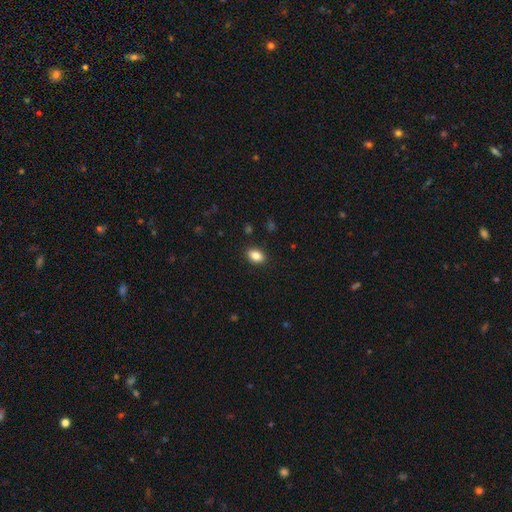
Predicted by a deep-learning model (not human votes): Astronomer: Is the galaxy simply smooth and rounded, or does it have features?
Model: smooth — 85%.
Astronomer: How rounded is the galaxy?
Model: in between — 86%.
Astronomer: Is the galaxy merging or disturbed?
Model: none — 89%.